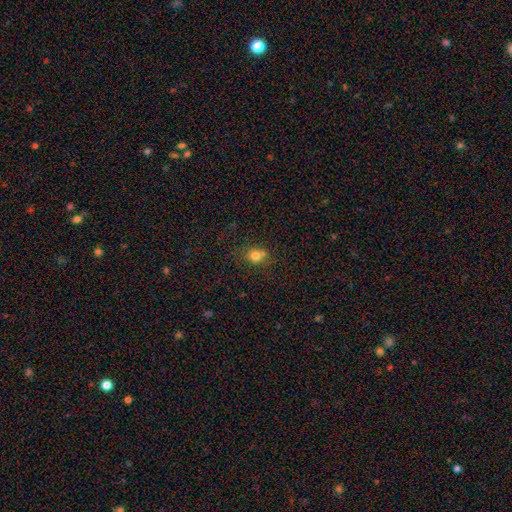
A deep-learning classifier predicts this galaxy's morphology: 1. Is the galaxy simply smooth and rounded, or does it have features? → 76% smooth, 14% star or artifact, 10% featured or disk.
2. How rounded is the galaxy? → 71% round, 28% in between, 1% cigar-shaped.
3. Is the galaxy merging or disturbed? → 58% none, 21% merger, 16% minor disturbance, 6% major disturbance.